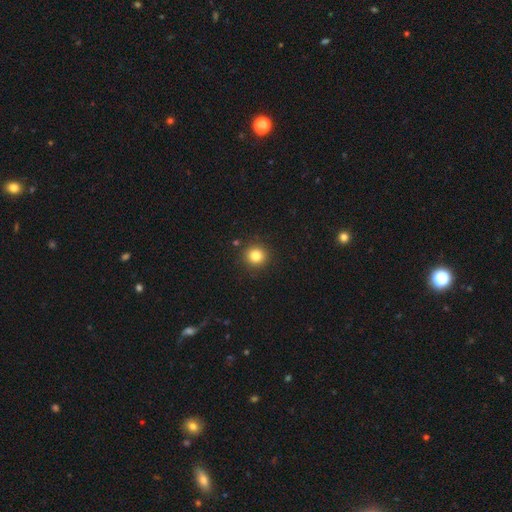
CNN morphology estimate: Smooth or featured?
  - smooth: 82% *
  - star or artifact: 12%
  - featured or disk: 6%
How rounded?
  - round: 92% *
  - in between: 7%
  - cigar-shaped: 1%
Merging?
  - none: 90% *
  - minor disturbance: 6%
  - major disturbance: 2%
  - merger: 2%